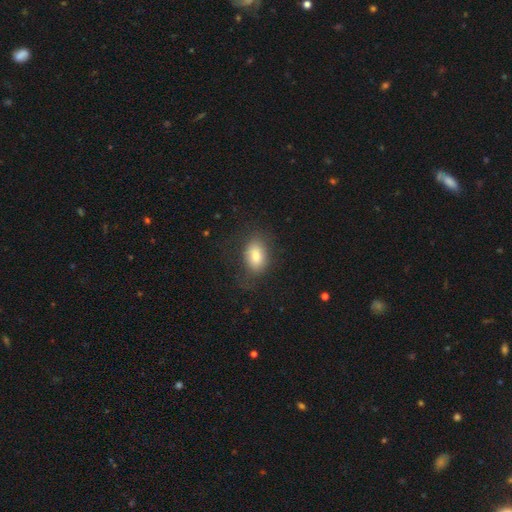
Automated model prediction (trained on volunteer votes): Overall: smooth (76%). How rounded: in between (80%). Merging: none (68%).